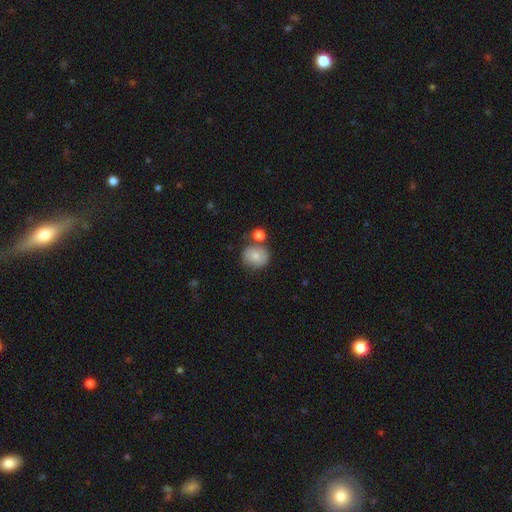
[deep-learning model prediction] Smooth or featured? Predicted: smooth (p=0.78). How rounded? Predicted: round (p=0.85). Merging? Predicted: none (p=0.64).